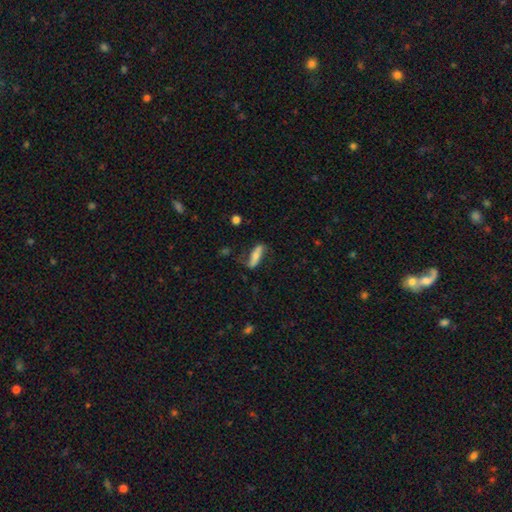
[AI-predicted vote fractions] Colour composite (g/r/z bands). It shows a smooth galaxy with no disk features (48%). Merging: none (62%).